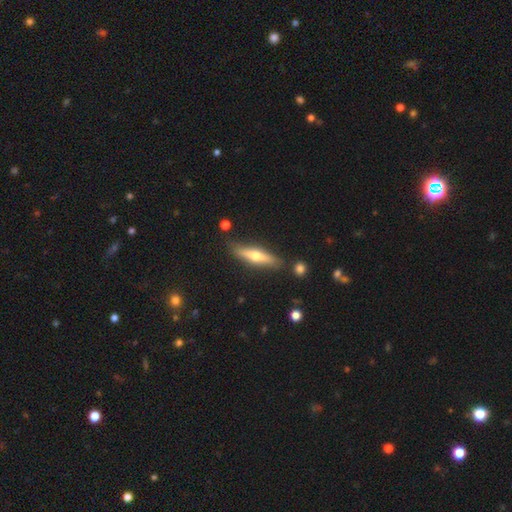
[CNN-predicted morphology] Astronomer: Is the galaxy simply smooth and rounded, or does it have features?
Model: featured or disk — 52% (runner-up: smooth, 42%).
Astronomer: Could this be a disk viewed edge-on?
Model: yes — 91%.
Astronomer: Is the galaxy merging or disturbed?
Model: none — 83%.